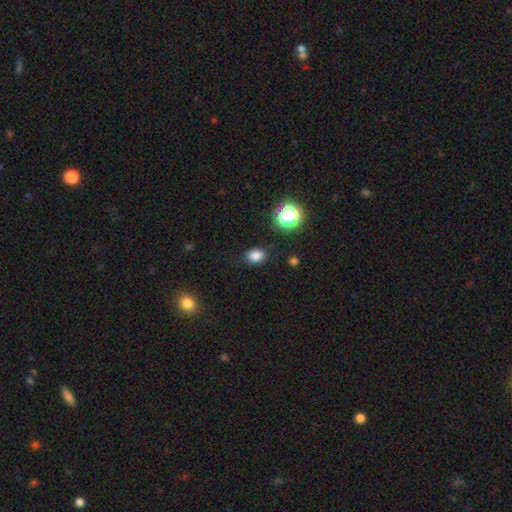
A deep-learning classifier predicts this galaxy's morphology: The model was most divided on "how rounded": in between: 55%, round: 44%, cigar-shaped: 1%. More confident: merging — none (86%); smooth or featured — smooth (81%).